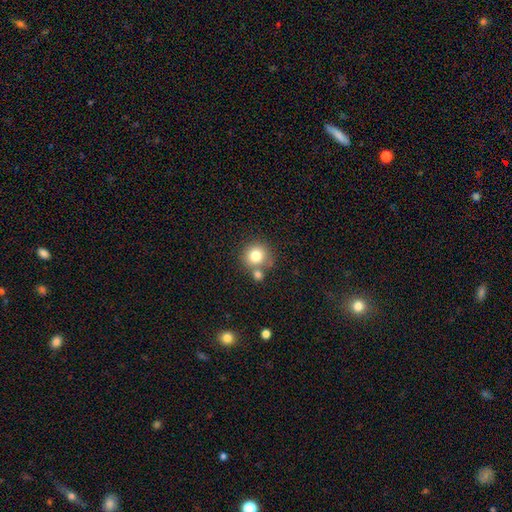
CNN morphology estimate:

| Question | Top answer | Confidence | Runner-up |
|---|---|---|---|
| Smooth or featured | smooth | 80% | star or artifact (11%) |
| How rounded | round | 90% | in between (9%) |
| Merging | none | 62% | merger (24%) |